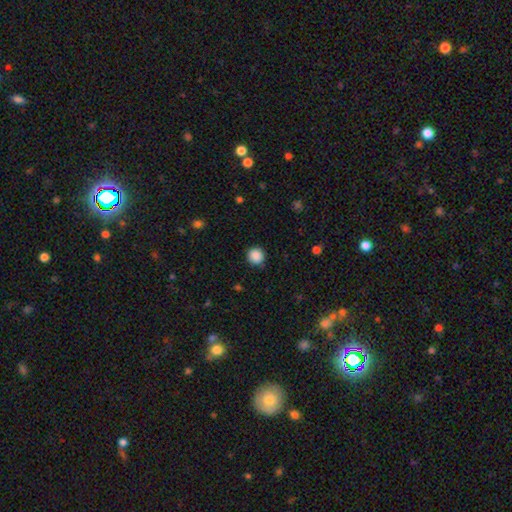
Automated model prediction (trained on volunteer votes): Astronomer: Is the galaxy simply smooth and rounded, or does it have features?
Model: smooth — 88%.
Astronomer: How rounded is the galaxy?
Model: round — 93%.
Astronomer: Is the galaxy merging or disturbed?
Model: none — 87%.